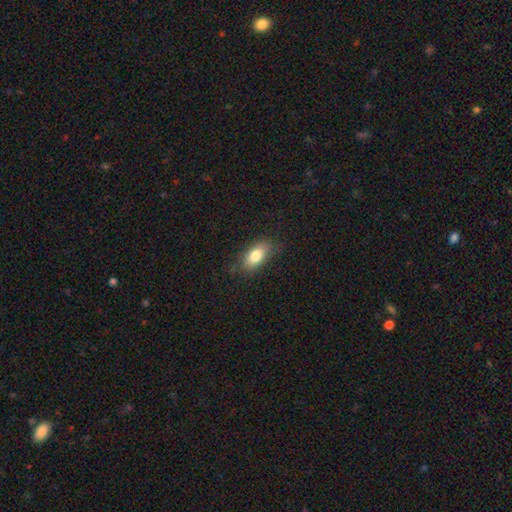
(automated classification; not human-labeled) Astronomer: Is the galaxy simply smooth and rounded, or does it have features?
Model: smooth — 79%.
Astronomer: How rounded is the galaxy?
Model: in between — 87%.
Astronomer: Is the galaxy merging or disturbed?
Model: none — 76%.